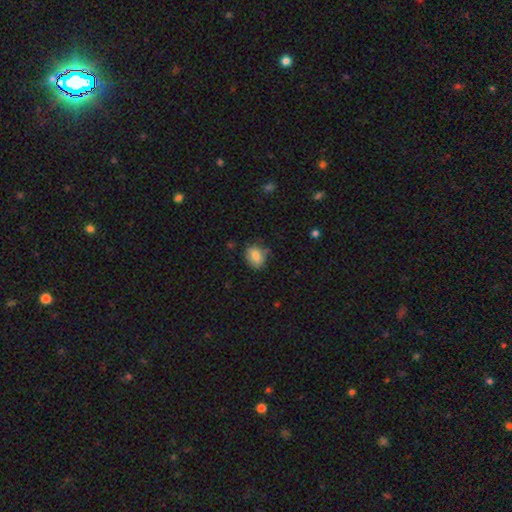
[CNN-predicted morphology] The model was most divided on "how rounded": in between: 65%, round: 33%, cigar-shaped: 1%. More confident: smooth or featured — smooth (77%); merging — none (67%).